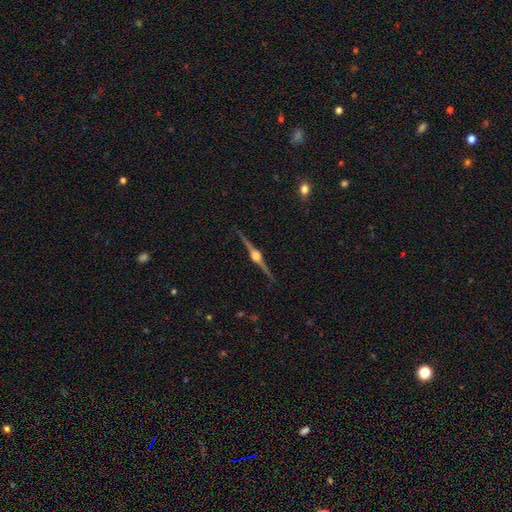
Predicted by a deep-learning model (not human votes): smooth_or_featured: featured or disk (p=0.89) [alt: star or artifact p=0.06]
disk_edge_on: yes (p=0.99) [alt: no p=0.01]
edge_on_bulge: rounded (p=0.95) [alt: boxy p=0.04]
merging: none (p=0.91) [alt: minor disturbance p=0.06]